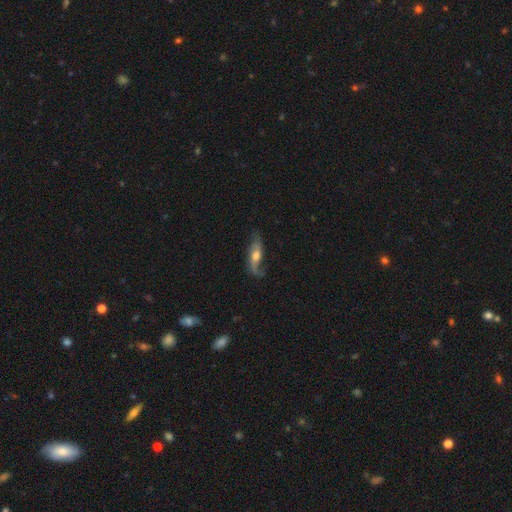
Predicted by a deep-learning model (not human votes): The model was most divided on "bar": no: 59%, weak: 30%, strong: 11%. More confident: spiral arms — yes (89%); edge-on disk — no (79%); smooth or featured — featured or disk (68%); bulge size — moderate (61%); merging — none (60%).